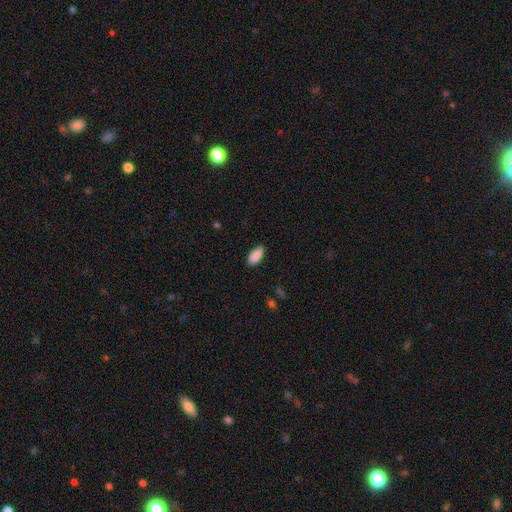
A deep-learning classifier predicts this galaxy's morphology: Smooth or featured?
  - smooth: 89% *
  - star or artifact: 7%
  - featured or disk: 4%
How rounded?
  - in between: 92% *
  - cigar-shaped: 6%
  - round: 2%
Merging?
  - none: 82% *
  - minor disturbance: 14%
  - major disturbance: 2%
  - merger: 1%